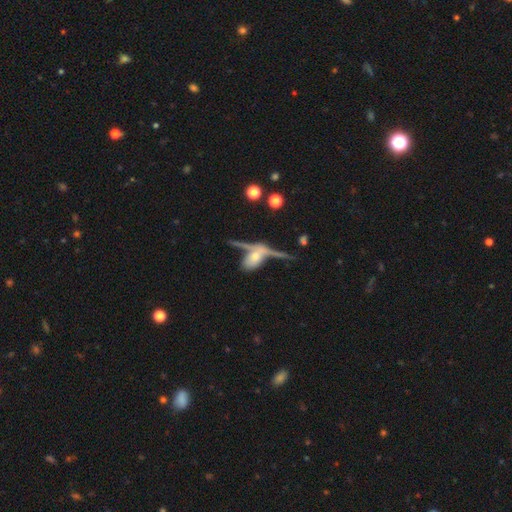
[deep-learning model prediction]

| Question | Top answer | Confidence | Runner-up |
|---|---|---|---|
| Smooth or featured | featured or disk | 55% | smooth (36%) |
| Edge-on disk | yes | 65% | no (35%) |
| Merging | none | 37% | merger (30%) |